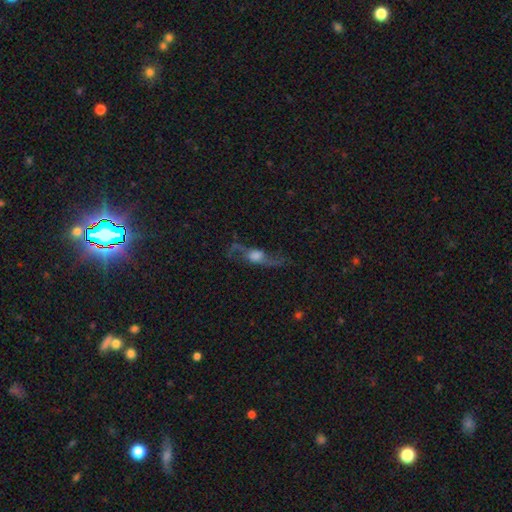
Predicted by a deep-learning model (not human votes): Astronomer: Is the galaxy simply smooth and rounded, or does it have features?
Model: featured or disk — 74%.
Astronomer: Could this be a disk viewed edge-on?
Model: no — 63%.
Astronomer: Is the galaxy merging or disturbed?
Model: none — 67%.